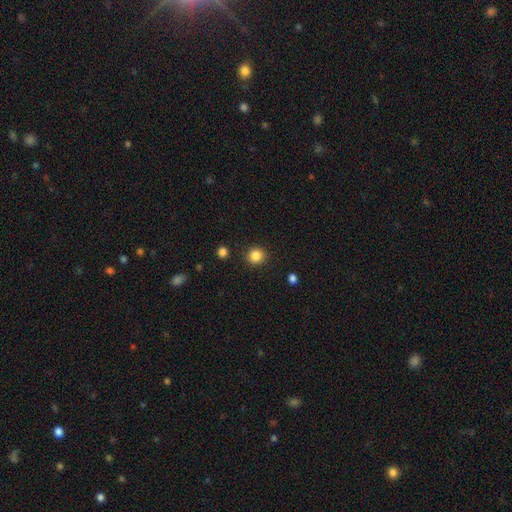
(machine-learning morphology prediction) Smooth or featured: smooth — 85% (star or artifact — 11%)
How rounded: round — 93% (in between — 6%)
Merging: none — 91% (minor disturbance — 5%)